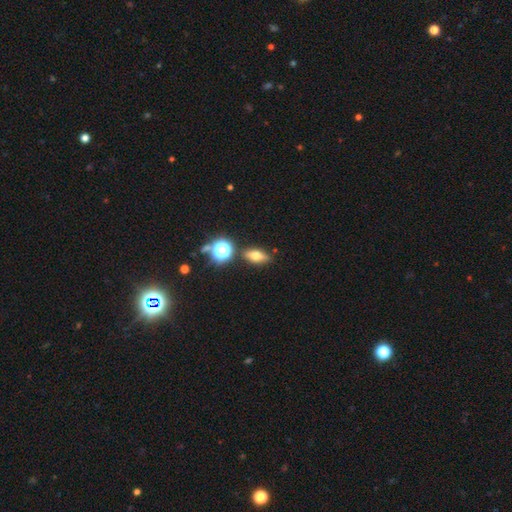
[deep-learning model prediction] A smooth galaxy with no disk features (58%) that is in between round and cigar-shaped (64%).

Vote fractions:
- Smooth or featured? smooth: 58% / featured or disk: 25% / star or artifact: 17%
- How rounded? in between: 64% / cigar-shaped: 19% / round: 17%
- Merging? none: 82% / minor disturbance: 10% / merger: 5% / major disturbance: 3%